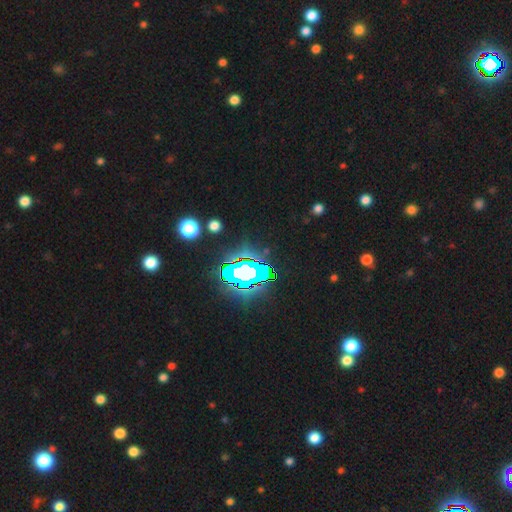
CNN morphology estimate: This appears to be a star or artifact, not a galaxy (83%).